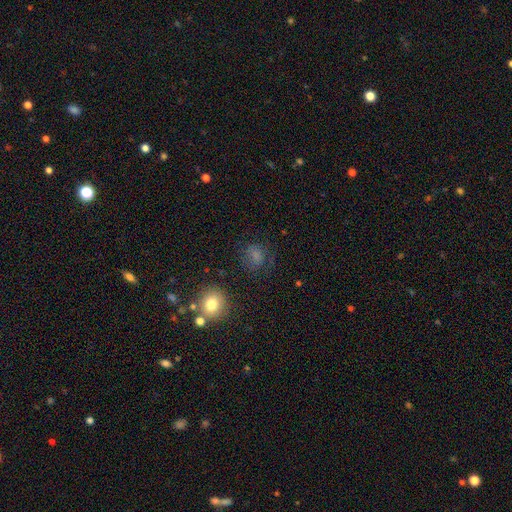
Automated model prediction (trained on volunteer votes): Smooth or featured?
  - smooth: 72% *
  - star or artifact: 18%
  - featured or disk: 10%
How rounded?
  - round: 65% *
  - in between: 34%
  - cigar-shaped: 1%
Merging?
  - none: 67% *
  - minor disturbance: 19%
  - major disturbance: 11%
  - merger: 3%